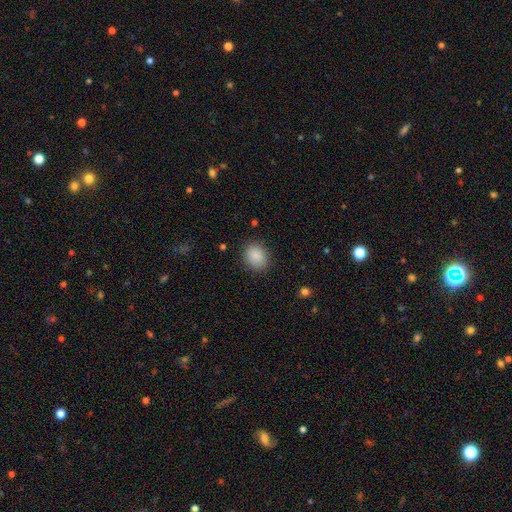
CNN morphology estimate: smooth-or-featured: smooth: 88% | star or artifact: 8% | featured or disk: 4%
  how-rounded: round: 53% | in between: 46% | cigar-shaped: 1%
  merging: none: 86% | minor disturbance: 10% | major disturbance: 3% | merger: 1%